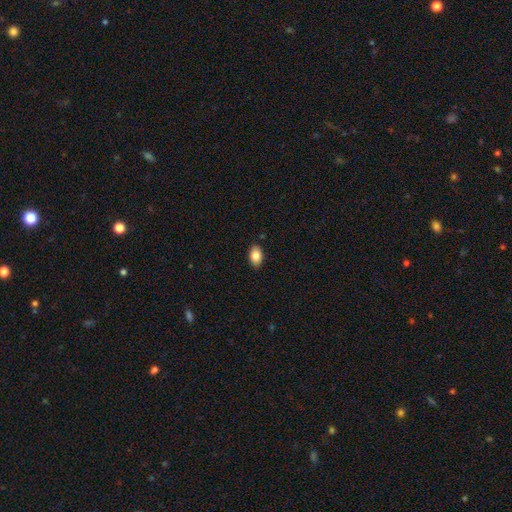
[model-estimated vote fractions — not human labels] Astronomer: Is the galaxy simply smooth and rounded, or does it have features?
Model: smooth — 84%.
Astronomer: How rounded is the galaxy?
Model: in between — 90%.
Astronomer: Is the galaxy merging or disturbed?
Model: none — 88%.